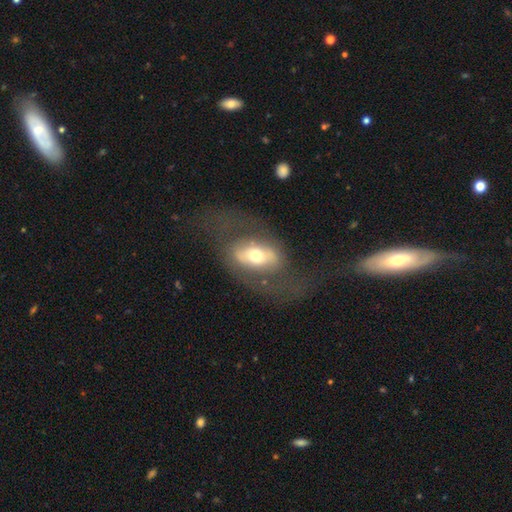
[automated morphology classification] Smooth or featured? Predicted: featured or disk (p=0.55). Edge-on disk? Predicted: no (p=0.87). Merging? Predicted: none (p=0.60).